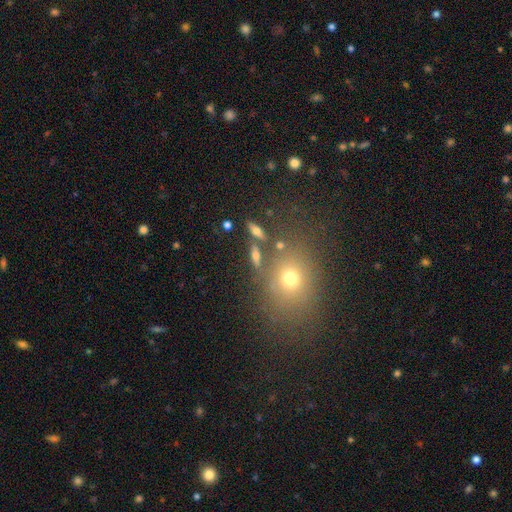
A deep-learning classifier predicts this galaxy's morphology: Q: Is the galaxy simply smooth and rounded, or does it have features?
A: smooth — 46%.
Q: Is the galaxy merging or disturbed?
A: none — 71%.